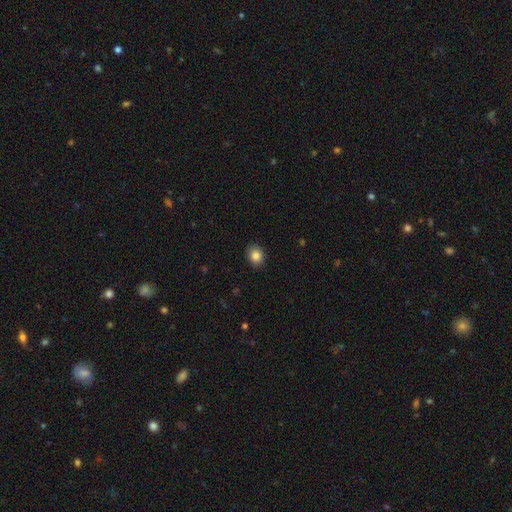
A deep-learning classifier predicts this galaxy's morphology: Smooth or featured?
  - smooth: 86% *
  - star or artifact: 10%
  - featured or disk: 5%
How rounded?
  - round: 62% *
  - in between: 37%
  - cigar-shaped: 1%
Merging?
  - none: 89% *
  - minor disturbance: 8%
  - major disturbance: 2%
  - merger: 1%